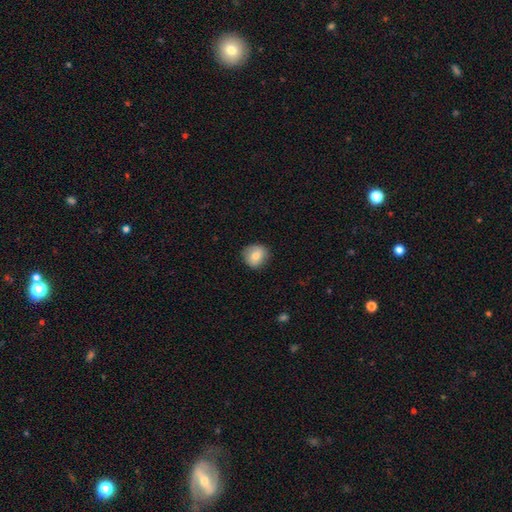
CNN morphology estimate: Smooth or featured? Predicted: smooth (p=0.78). How rounded? Predicted: round (p=0.86). Merging? Predicted: none (p=0.83).